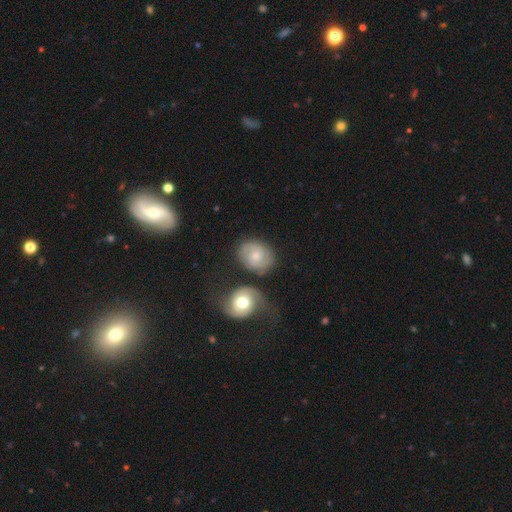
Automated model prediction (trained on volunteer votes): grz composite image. It shows a featured or disk galaxy (69%) with no bar (63%), 2 (87%) tight (45%) spiral arms (93%) and a moderate central bulge (52%). Merging: none (72%).